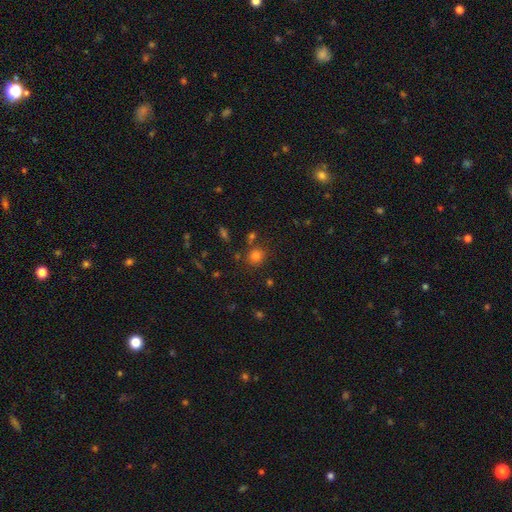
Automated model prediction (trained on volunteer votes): Q: Smooth or featured?
A: smooth (78%); runner-up: star or artifact (16%)
Q: How rounded?
A: round (80%); runner-up: in between (19%)
Q: Merging?
A: none (76%); runner-up: minor disturbance (11%)